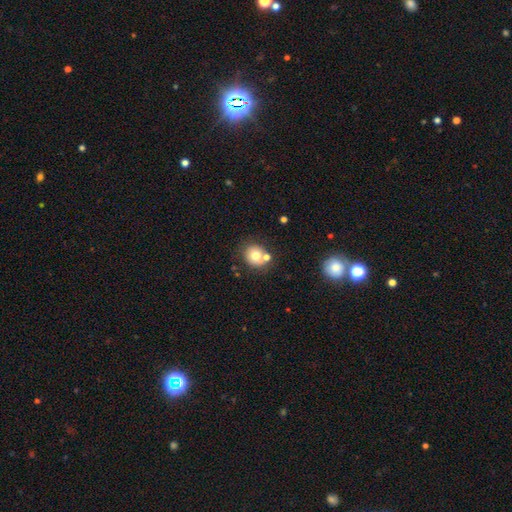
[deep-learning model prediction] The model was most divided on "merging": none: 59%, merger: 24%, minor disturbance: 12%, major disturbance: 4%. More confident: how rounded — round (77%); smooth or featured — smooth (72%).